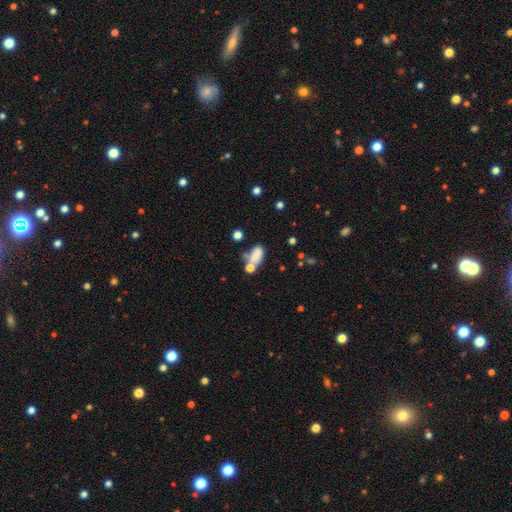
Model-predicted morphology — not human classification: type=smooth (71%); roundness=in between (84%); merging=merger (35%).